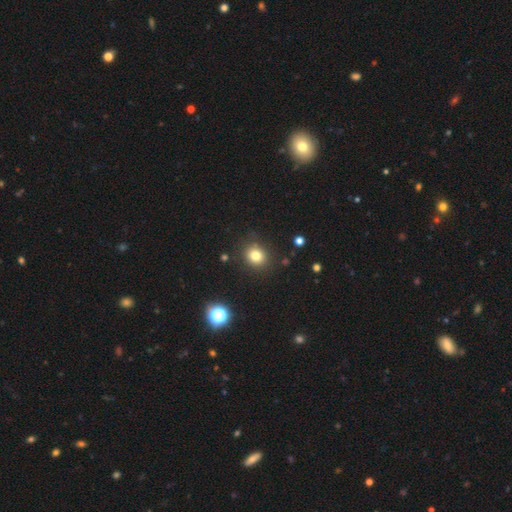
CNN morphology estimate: Smooth or featured? smooth (79%)
How rounded? round (76%)
Merging? none (86%)